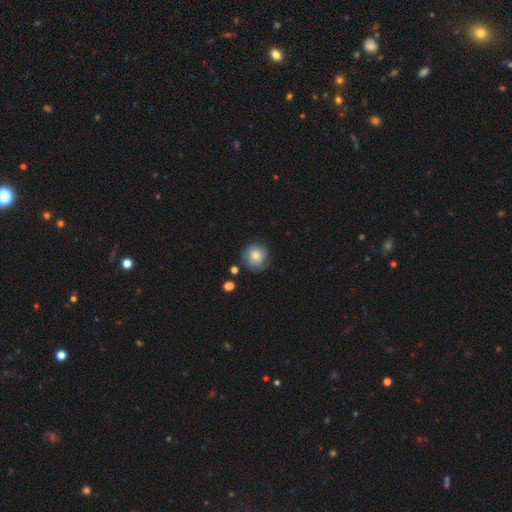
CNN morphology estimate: smooth-or-featured: smooth: 79% | featured or disk: 13% | star or artifact: 8%
  how-rounded: round: 89% | in between: 10% | cigar-shaped: 1%
  merging: none: 78% | minor disturbance: 16% | major disturbance: 4% | merger: 3%